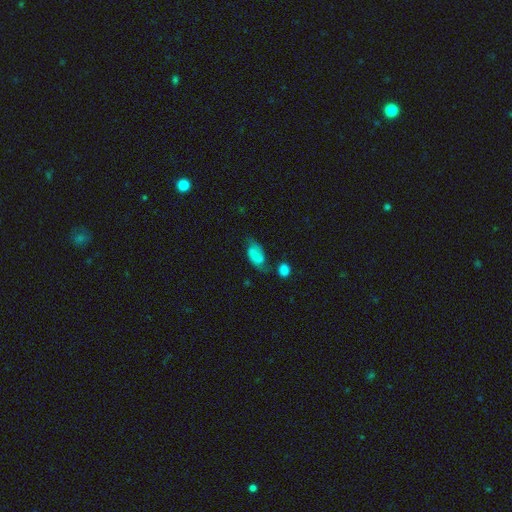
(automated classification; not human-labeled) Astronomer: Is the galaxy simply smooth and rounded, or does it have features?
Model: smooth — 57%.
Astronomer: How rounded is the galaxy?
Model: in between — 90%.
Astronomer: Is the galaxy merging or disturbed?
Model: none — 43% (runner-up: minor disturbance, 27%).